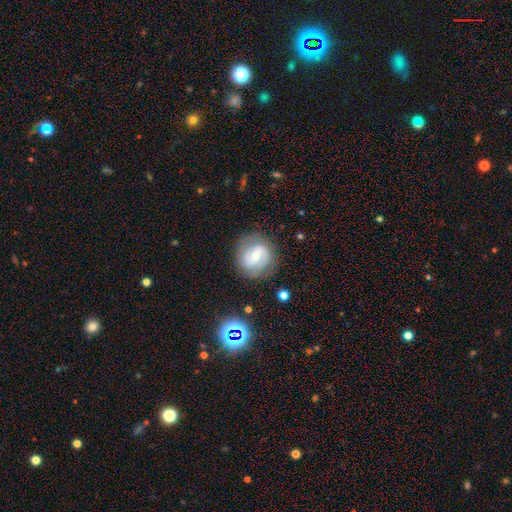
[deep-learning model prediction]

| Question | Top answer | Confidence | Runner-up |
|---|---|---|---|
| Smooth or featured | featured or disk | 65% | smooth (27%) |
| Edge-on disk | no | 97% | yes (3%) |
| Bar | weak | 44% | no (39%) |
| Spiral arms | yes | 81% | no (19%) |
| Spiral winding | medium | 41% | tight (40%) |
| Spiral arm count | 2 | 73% | can't tell (17%) |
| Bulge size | moderate | 54% | small (42%) |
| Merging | none | 78% | minor disturbance (14%) |